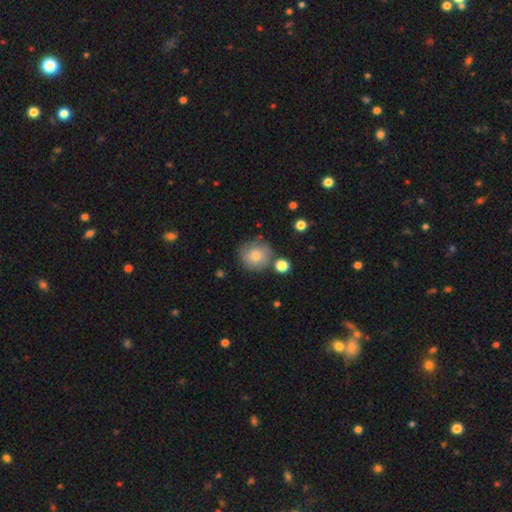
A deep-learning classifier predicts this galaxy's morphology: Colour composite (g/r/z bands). It shows a smooth galaxy with no disk features (72%) that is round (89%). Merging: none (72%).